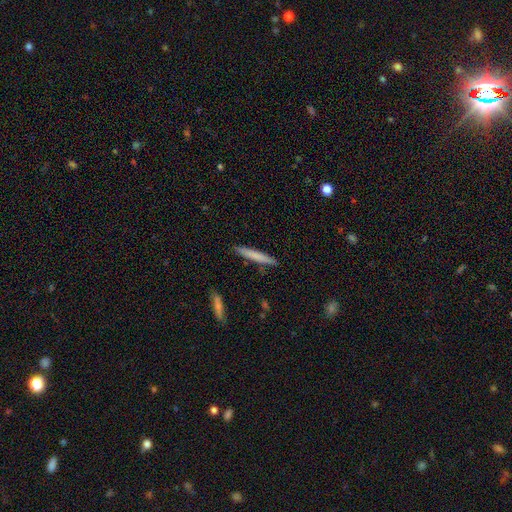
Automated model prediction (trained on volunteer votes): Smooth or featured? smooth (72%)
How rounded? cigar-shaped (95%)
Merging? none (89%)